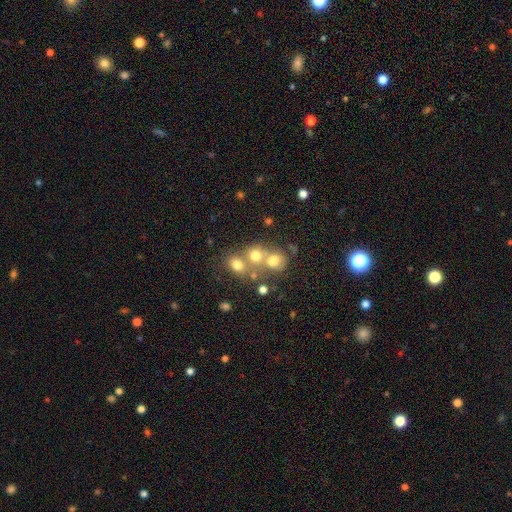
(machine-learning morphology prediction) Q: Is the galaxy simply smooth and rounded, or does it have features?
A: smooth — 68%.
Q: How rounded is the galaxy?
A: round — 73%.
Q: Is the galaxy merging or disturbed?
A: merger — 49%.